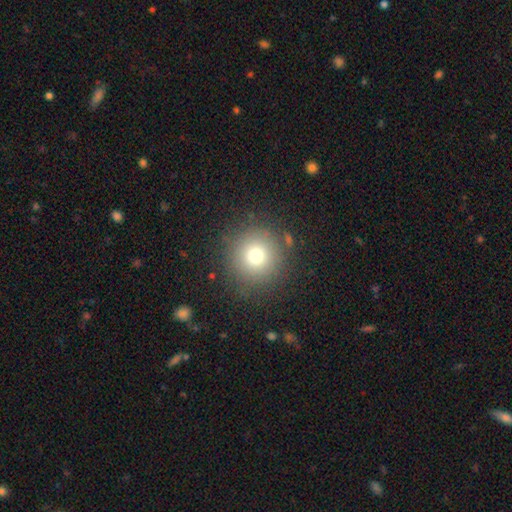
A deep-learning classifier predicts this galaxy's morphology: Q: Smooth or featured?
A: smooth (74%); runner-up: star or artifact (15%)
Q: How rounded?
A: round (95%); runner-up: in between (4%)
Q: Merging?
A: none (87%); runner-up: minor disturbance (8%)